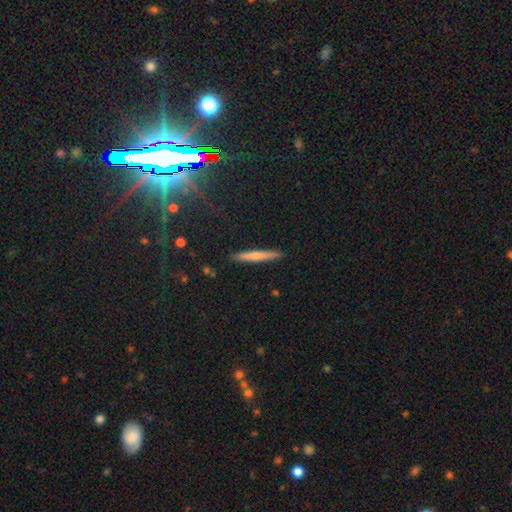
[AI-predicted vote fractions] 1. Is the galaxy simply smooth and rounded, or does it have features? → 61% smooth, 32% featured or disk, 7% star or artifact.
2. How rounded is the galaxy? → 95% cigar-shaped, 3% in between, 2% round.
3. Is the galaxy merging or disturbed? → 91% none, 7% minor disturbance, 1% major disturbance, 1% merger.